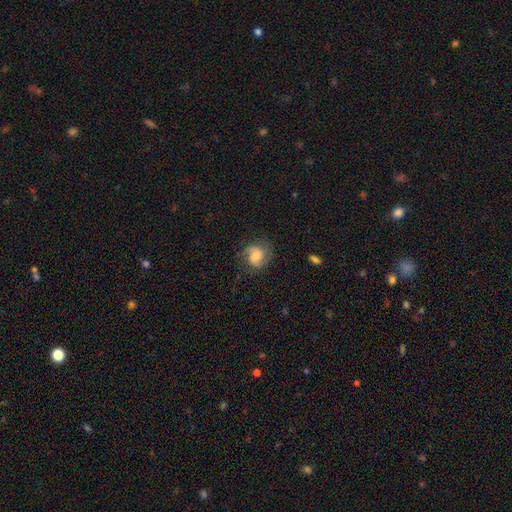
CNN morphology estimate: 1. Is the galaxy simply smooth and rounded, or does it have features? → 69% featured or disk, 23% smooth, 8% star or artifact.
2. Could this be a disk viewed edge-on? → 98% no, 2% yes.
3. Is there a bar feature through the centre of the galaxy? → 46% no, 44% weak, 10% strong.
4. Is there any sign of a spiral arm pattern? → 94% yes, 6% no.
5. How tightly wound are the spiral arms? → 49% medium, 26% loose, 25% tight.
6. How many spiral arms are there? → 81% 2, 7% can't tell, 5% 1, 4% 3, 1% 4, 1% more than 4.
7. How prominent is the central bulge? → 43% moderate, 34% small, 11% none, 11% large, 2% dominant.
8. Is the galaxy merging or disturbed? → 72% none, 18% minor disturbance, 9% major disturbance, 1% merger.